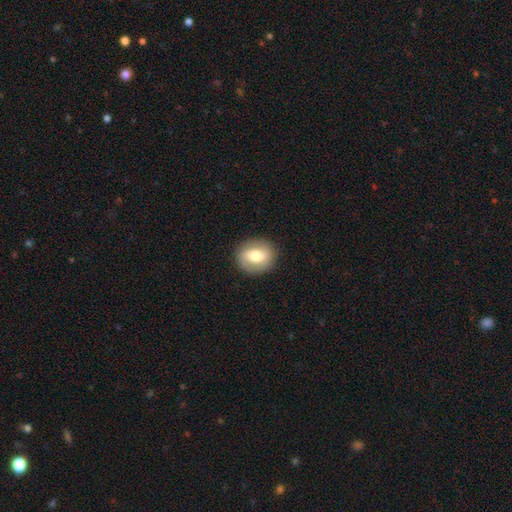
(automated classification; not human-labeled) smooth_or_featured: smooth (p=0.59) [alt: featured or disk p=0.33]
how_rounded: round (p=0.67) [alt: in between p=0.32]
merging: none (p=0.87) [alt: minor disturbance p=0.09]